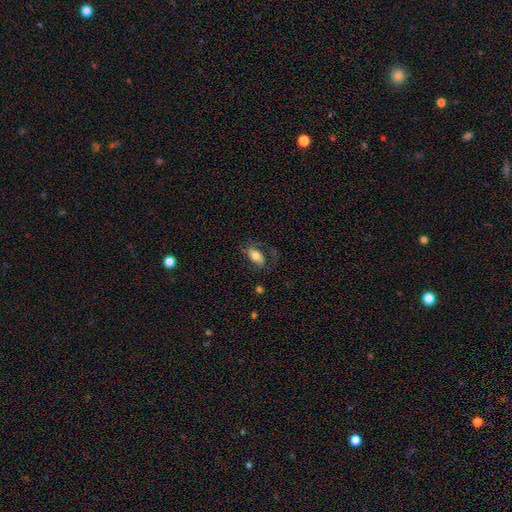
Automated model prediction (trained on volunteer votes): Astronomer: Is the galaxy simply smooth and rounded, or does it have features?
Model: smooth — 73%.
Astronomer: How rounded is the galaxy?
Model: in between — 89%.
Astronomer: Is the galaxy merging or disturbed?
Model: none — 65%.